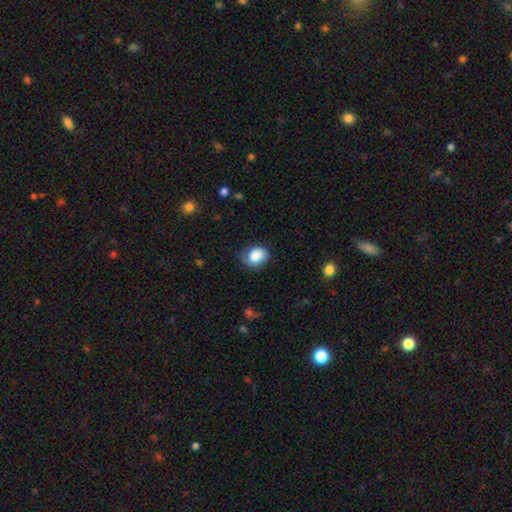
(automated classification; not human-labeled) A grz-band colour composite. It shows a smooth galaxy with no disk features (83%) that is in between round and cigar-shaped (50%). Merging: none (58%).